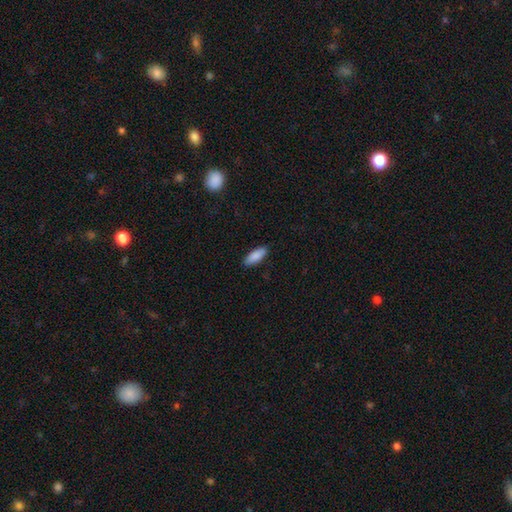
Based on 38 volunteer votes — Smooth or featured?
  - smooth: 82% *
  - featured or disk: 18%
  - star or artifact: 0%
How rounded?
  - in between: 77% *
  - cigar-shaped: 19%
  - round: 3%
Merging?
  - none: 84% *
  - minor disturbance: 11%
  - major disturbance: 3%
  - merger: 3%